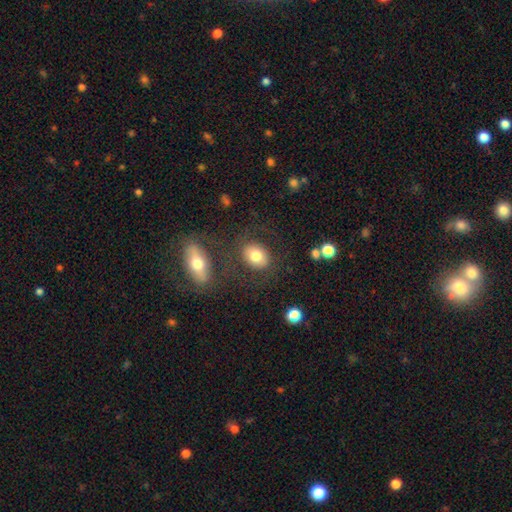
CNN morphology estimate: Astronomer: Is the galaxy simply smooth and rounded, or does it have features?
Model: smooth — 76%.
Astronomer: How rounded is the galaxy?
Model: in between — 58% (runner-up: round, 41%).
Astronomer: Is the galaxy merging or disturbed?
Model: none — 76%.